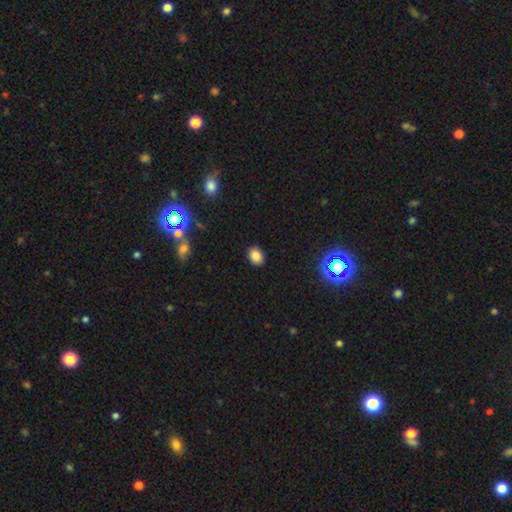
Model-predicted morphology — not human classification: Overall: smooth (83%). How rounded: in between (61%; round 38%). Merging: none (89%).